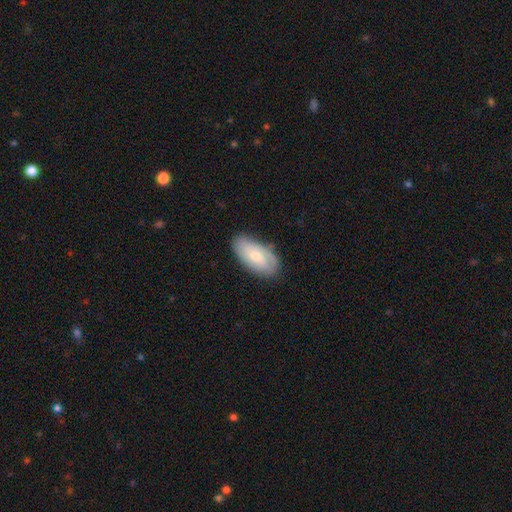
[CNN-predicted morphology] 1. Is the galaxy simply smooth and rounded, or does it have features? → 51% smooth, 43% featured or disk, 6% star or artifact.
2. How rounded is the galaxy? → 91% in between, 5% cigar-shaped, 3% round.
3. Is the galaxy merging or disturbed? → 73% none, 21% minor disturbance, 5% major disturbance, 1% merger.